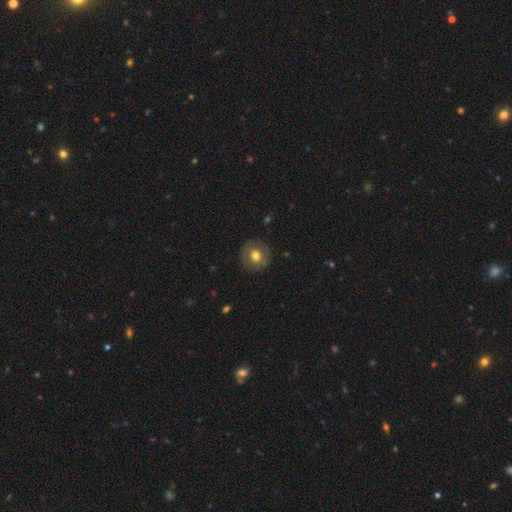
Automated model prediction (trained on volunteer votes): The model was most divided on "smooth or featured": smooth: 64%, featured or disk: 27%, star or artifact: 8%. More confident: how rounded — round (88%); merging — none (86%).